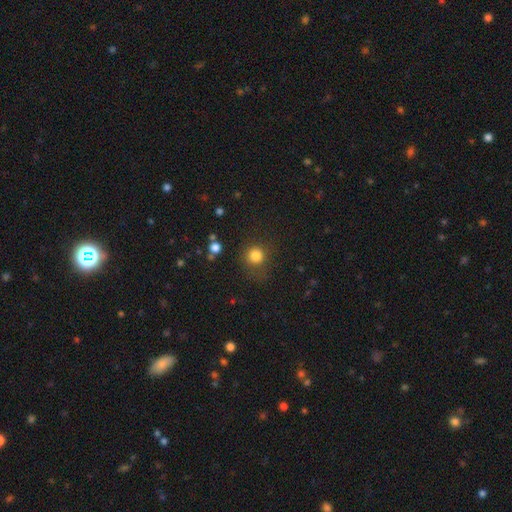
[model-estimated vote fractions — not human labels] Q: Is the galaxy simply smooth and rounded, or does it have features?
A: smooth — 82%.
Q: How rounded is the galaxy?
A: round — 90%.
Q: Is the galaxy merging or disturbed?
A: none — 75%.